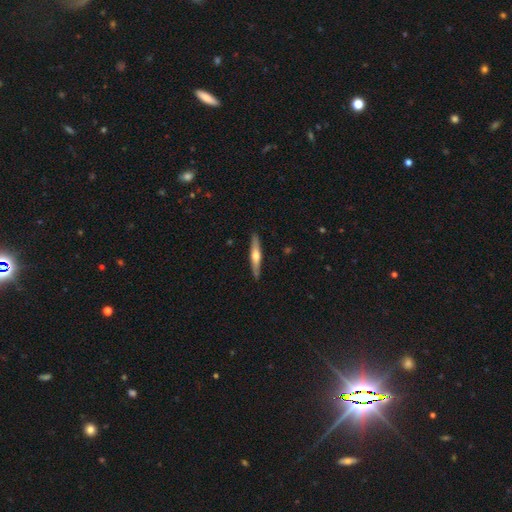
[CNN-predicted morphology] This appears to be a featured or disk galaxy (57%) viewed edge-on (95%) with a rounded central bulge (89%). Merging: none (90%).